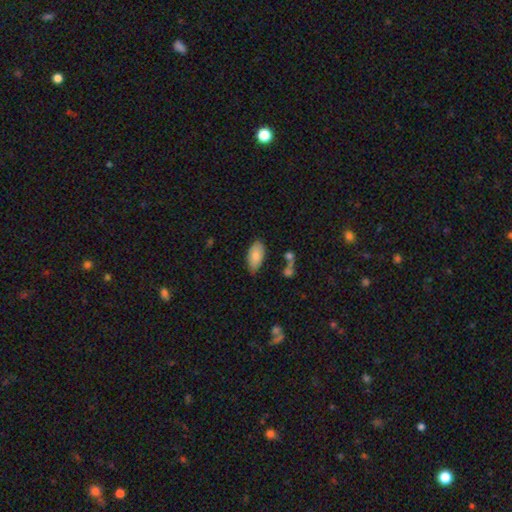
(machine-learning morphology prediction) smooth_or_featured: smooth (p=0.82) [alt: featured or disk p=0.11]
how_rounded: in between (p=0.93) [alt: cigar-shaped p=0.05]
merging: none (p=0.71) [alt: minor disturbance p=0.21]